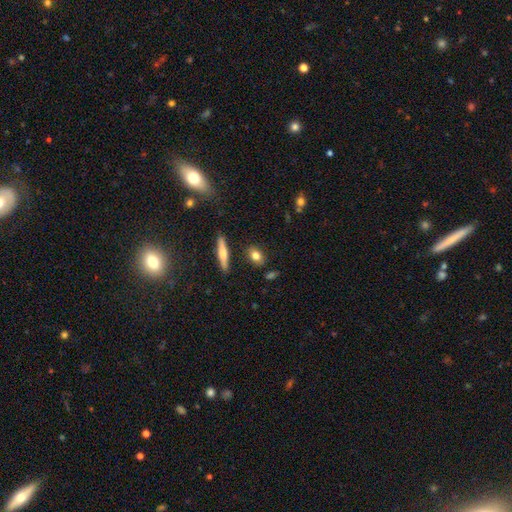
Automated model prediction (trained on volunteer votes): A smooth galaxy with no disk features (77%) that is in between round and cigar-shaped (62%).

Vote fractions:
- Smooth or featured? smooth: 77% / featured or disk: 14% / star or artifact: 9%
- How rounded? in between: 62% / round: 29% / cigar-shaped: 9%
- Merging? none: 83% / minor disturbance: 11% / merger: 4% / major disturbance: 3%